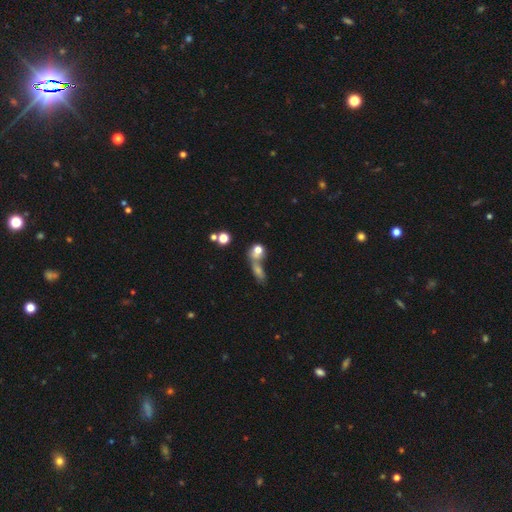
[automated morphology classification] smooth 53%, star or artifact 25%, featured or disk 21%. Down the decision tree: how rounded — round (52%); merging — merger (45%).